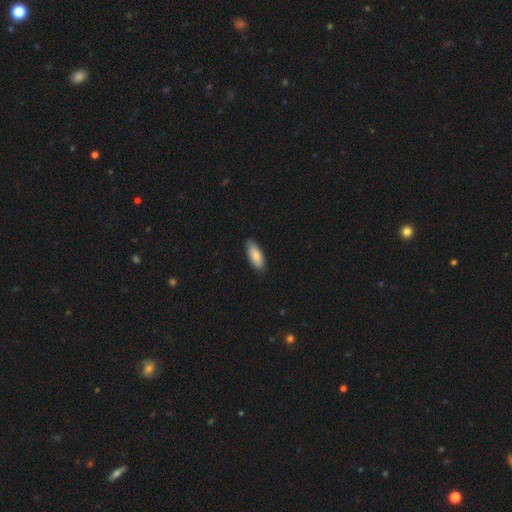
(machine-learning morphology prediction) Q: Smooth or featured?
A: smooth (83%); runner-up: featured or disk (11%)
Q: How rounded?
A: in between (82%); runner-up: cigar-shaped (16%)
Q: Merging?
A: none (85%); runner-up: minor disturbance (13%)